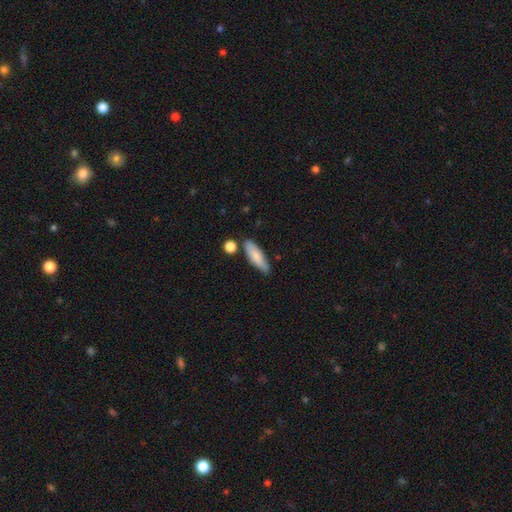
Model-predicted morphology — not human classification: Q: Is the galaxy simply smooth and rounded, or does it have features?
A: smooth — 80%.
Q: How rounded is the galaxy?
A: cigar-shaped — 52%.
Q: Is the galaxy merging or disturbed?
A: none — 73%.